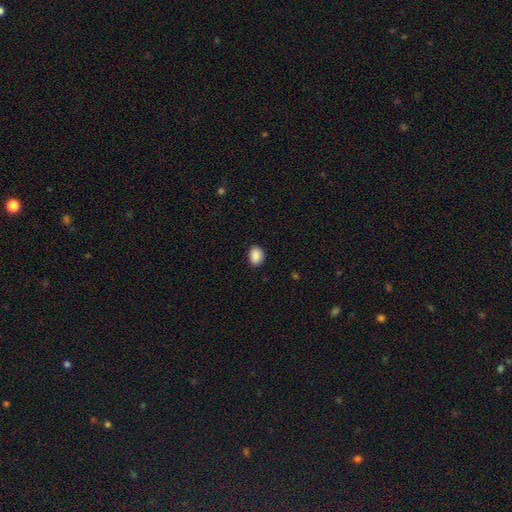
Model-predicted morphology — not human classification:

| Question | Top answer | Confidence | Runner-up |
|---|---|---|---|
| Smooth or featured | smooth | 90% | star or artifact (8%) |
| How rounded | in between | 64% | round (35%) |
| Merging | none | 87% | minor disturbance (9%) |